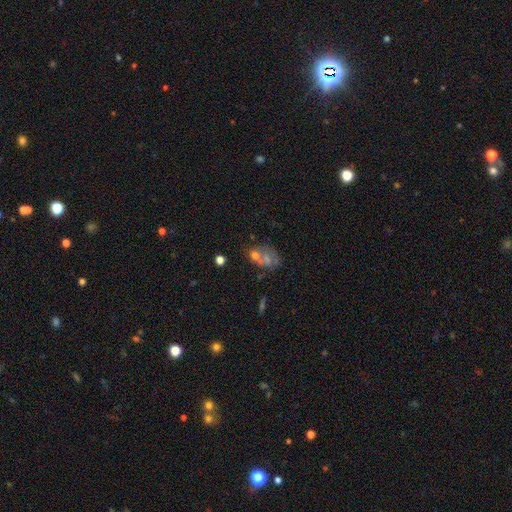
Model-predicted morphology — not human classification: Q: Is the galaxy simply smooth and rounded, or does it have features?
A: smooth — 45%.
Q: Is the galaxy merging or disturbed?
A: merger — 39%.